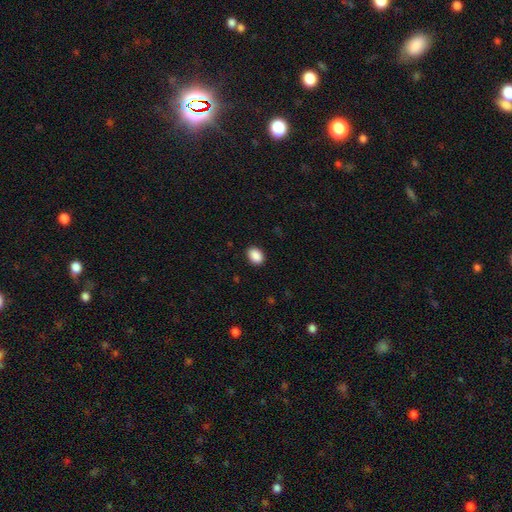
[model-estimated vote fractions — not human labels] Smooth or featured? smooth (90%)
How rounded? in between (76%)
Merging? none (90%)